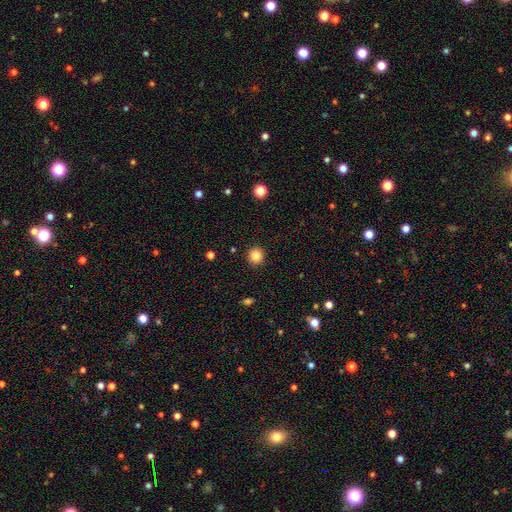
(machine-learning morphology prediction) The model was most divided on "smooth or featured": smooth: 85%, star or artifact: 11%, featured or disk: 5%. More confident: how rounded — round (93%); merging — none (92%).